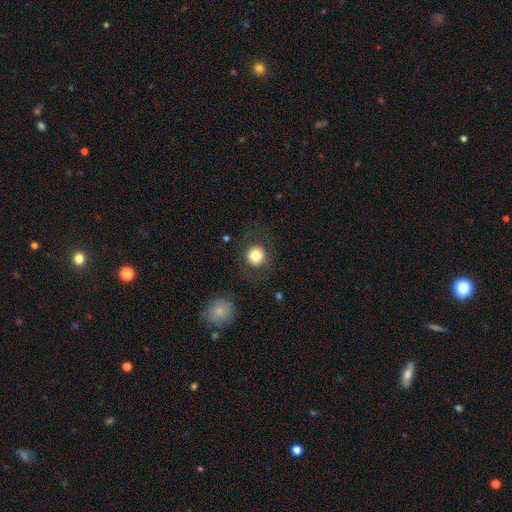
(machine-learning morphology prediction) smooth 79%, featured or disk 11%, star or artifact 10%. Down the decision tree: how rounded — round (91%); merging — none (85%).